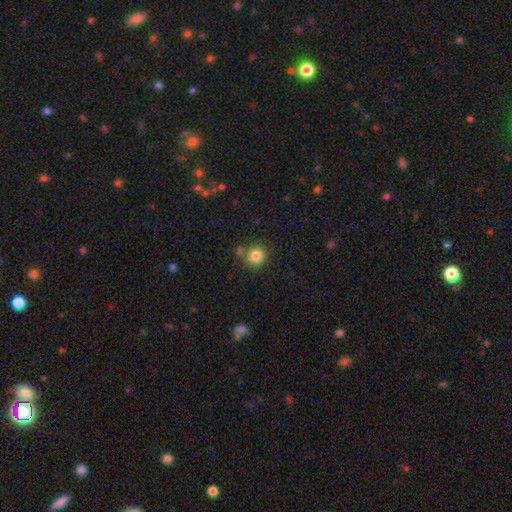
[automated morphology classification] Smooth or featured? Predicted: smooth (p=0.84). How rounded? Predicted: round (p=0.88). Merging? Predicted: none (p=0.69).